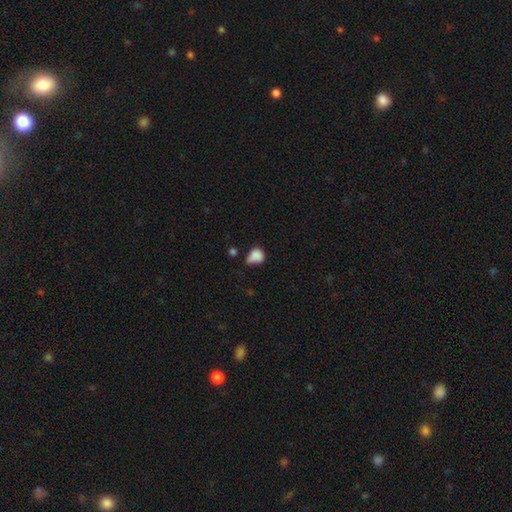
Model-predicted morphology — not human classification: Smooth or featured? Predicted: smooth (p=0.84). How rounded? Predicted: in between (p=0.52). Merging? Predicted: minor disturbance (p=0.44).